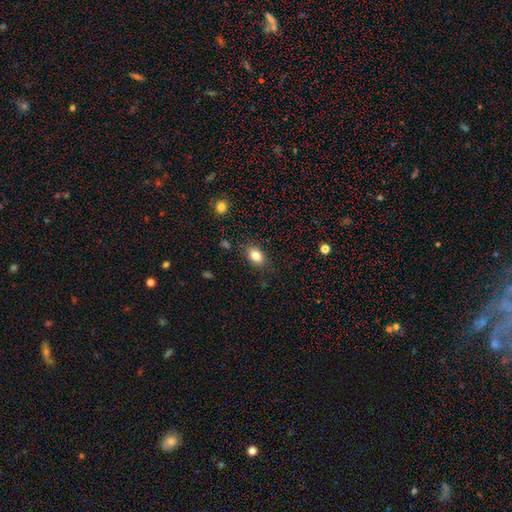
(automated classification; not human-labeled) Q: Smooth or featured?
A: smooth (83%); runner-up: star or artifact (9%)
Q: How rounded?
A: in between (80%); runner-up: round (18%)
Q: Merging?
A: none (81%); runner-up: minor disturbance (14%)